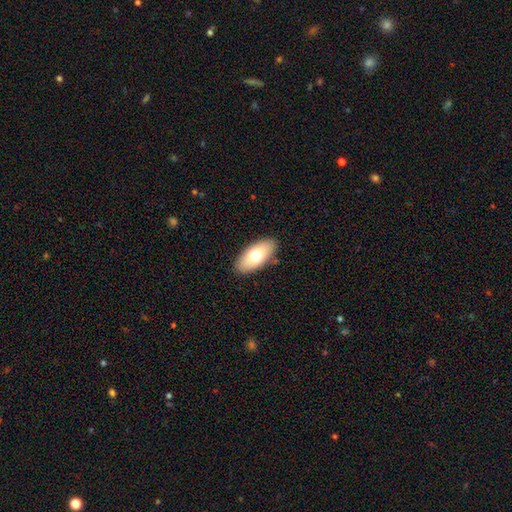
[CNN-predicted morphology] A smooth galaxy with no disk features (70%) that is in between round and cigar-shaped (91%). Merging: none (88%).